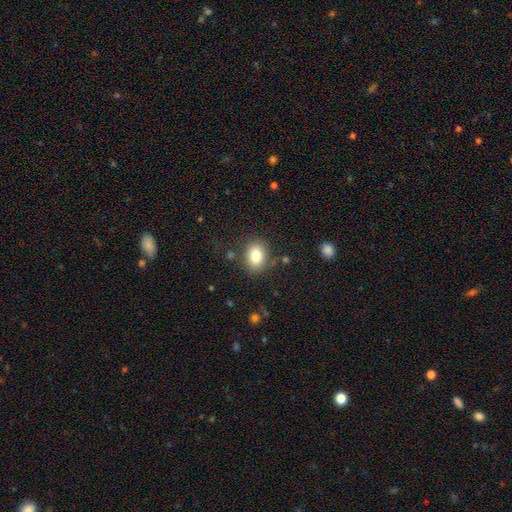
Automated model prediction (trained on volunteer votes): Morphology: type=smooth (81%); roundness=in between (68%); merging=none (80%).